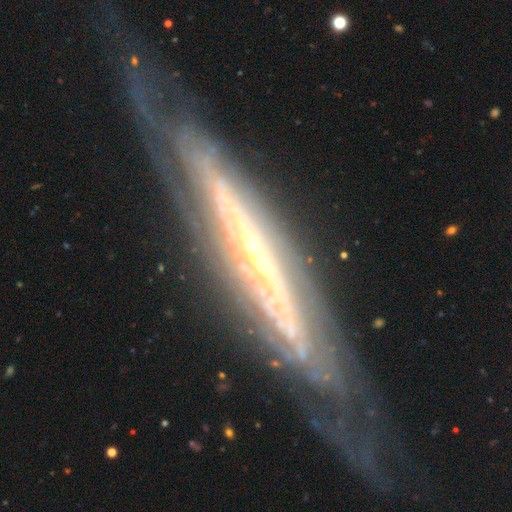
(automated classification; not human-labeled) A featured or disk galaxy (85%) viewed edge-on (62%) with no central bulge (56%).

Vote fractions:
- Smooth or featured? featured or disk: 85% / smooth: 9% / star or artifact: 6%
- Edge-on disk? yes: 62% / no: 38%
- Edge-on bulge? none: 56% / rounded: 38% / boxy: 6%
- Merging? none: 69% / minor disturbance: 19% / major disturbance: 9% / merger: 2%